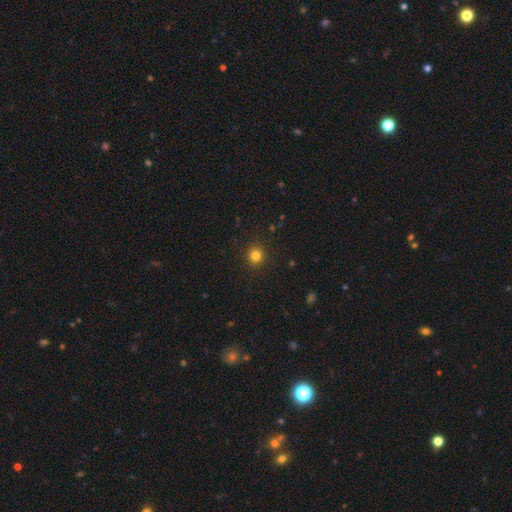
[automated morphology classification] Q: Smooth or featured?
A: smooth (81%); runner-up: star or artifact (14%)
Q: How rounded?
A: round (92%); runner-up: in between (7%)
Q: Merging?
A: none (91%); runner-up: minor disturbance (6%)